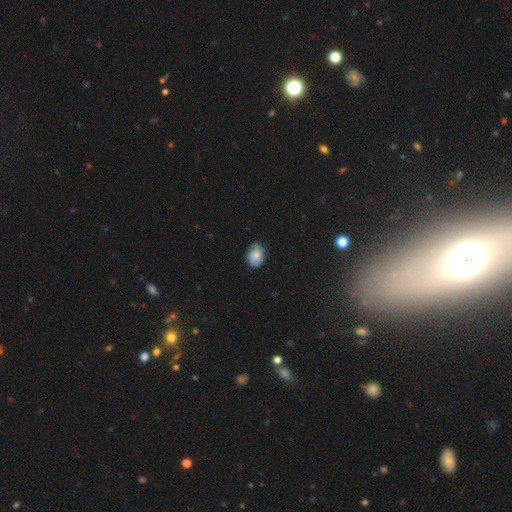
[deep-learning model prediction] smooth_or_featured: smooth (p=0.75) [alt: featured or disk p=0.17]
how_rounded: in between (p=0.81) [alt: round p=0.17]
merging: none (p=0.67) [alt: minor disturbance p=0.27]